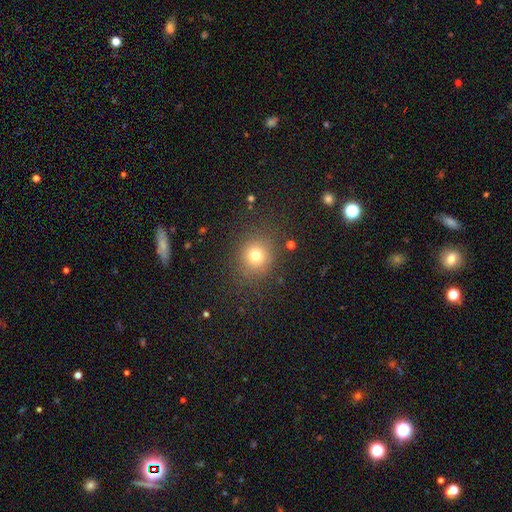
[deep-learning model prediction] smooth_or_featured: smooth (p=0.74) [alt: star or artifact p=0.17]
how_rounded: round (p=0.86) [alt: in between p=0.14]
merging: none (p=0.84) [alt: minor disturbance p=0.09]